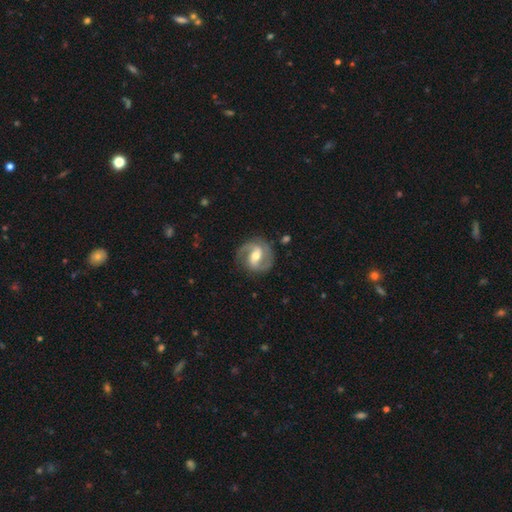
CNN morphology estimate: This is clearly a featured or disk galaxy (85%). It is clearly not viewed edge-on (98%). Bar: possibly weak (45%). Spiral arm pattern: clearly yes (94%). Spiral arm count: clearly 2 (89%). Spiral winding: possibly medium (54%). Central bulge: likely moderate (70%). Merging: clearly none (81%).